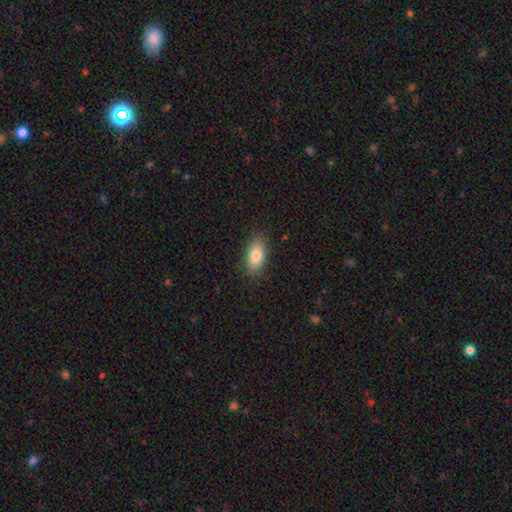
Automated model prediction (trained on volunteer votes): This is clearly a smooth galaxy (83%). How rounded: clearly in between (89%). Merging: clearly none (85%).